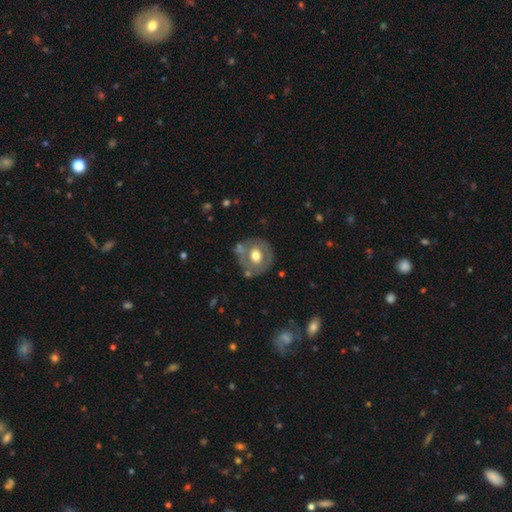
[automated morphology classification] A featured or disk galaxy (48%). Merging: none (69%).